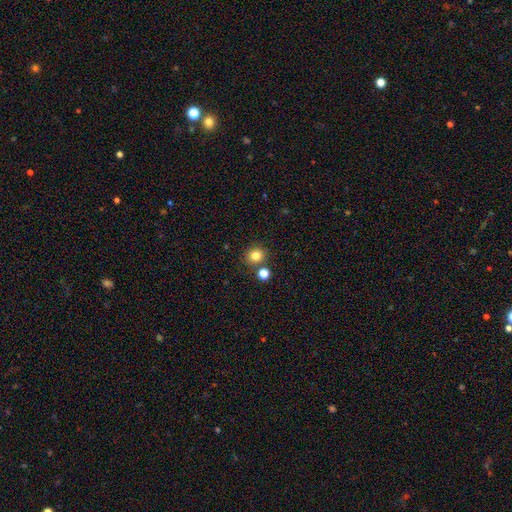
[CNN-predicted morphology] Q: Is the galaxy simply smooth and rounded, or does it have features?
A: smooth — 81%.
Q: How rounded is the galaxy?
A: round — 86%.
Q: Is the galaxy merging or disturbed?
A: none — 80%.